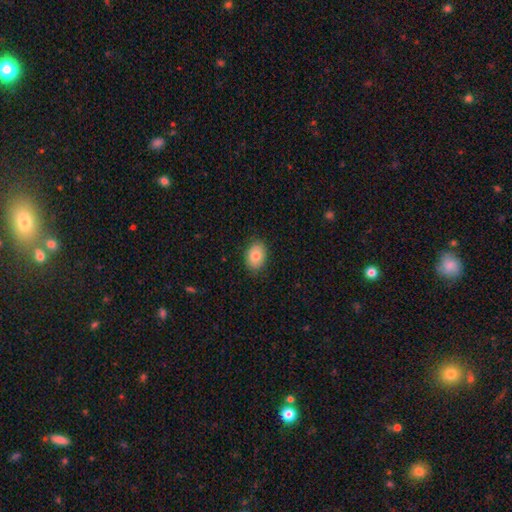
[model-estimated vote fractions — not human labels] Morphology: type=smooth (82%); roundness=in between (79%); merging=none (86%).